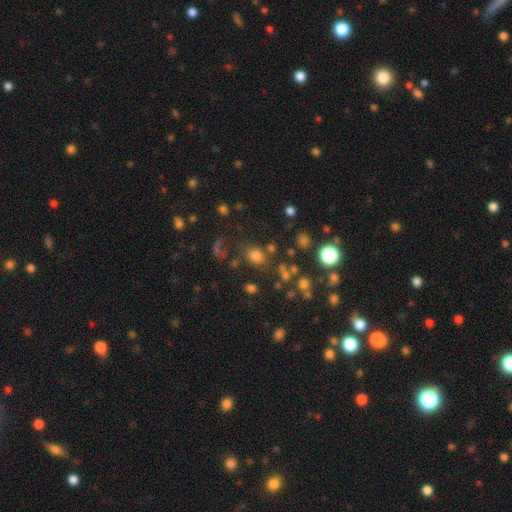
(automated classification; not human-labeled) Morphology: type=smooth (69%); roundness=round (67%); merging=none (72%).